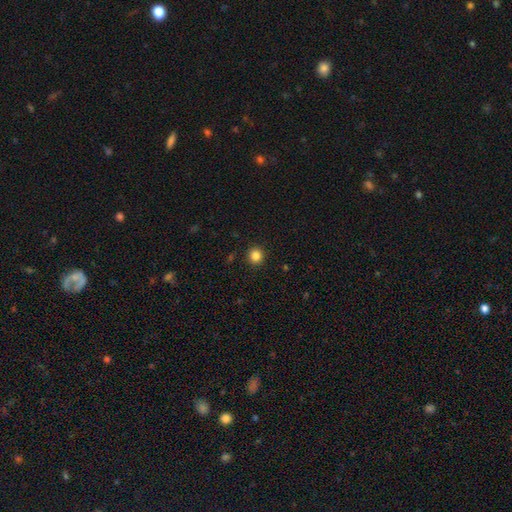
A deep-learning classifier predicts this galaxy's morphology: type=smooth (85%); roundness=round (92%); merging=none (92%).